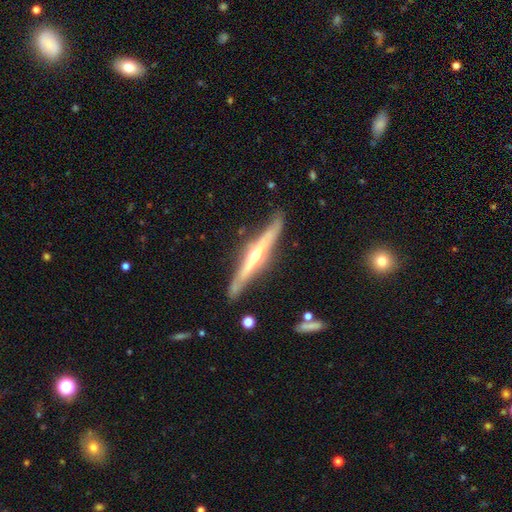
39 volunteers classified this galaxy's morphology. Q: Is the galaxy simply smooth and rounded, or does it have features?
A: featured or disk — 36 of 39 (92%).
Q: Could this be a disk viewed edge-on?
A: yes — 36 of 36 (100%).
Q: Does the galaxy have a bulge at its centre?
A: rounded — 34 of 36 (94%).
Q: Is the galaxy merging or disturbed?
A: none — 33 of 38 (87%).